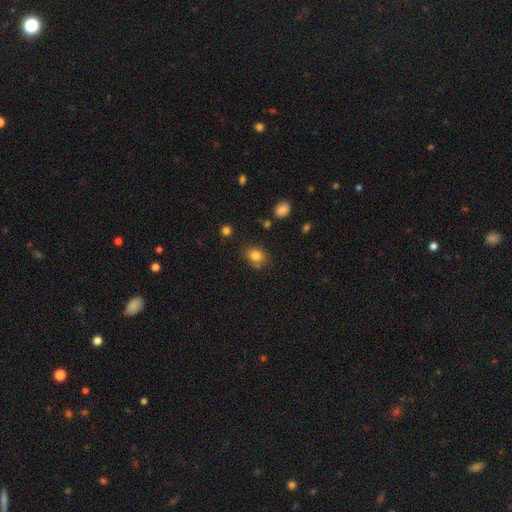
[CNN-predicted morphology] Smooth or featured?
  - smooth: 82% *
  - star or artifact: 11%
  - featured or disk: 7%
How rounded?
  - round: 52% *
  - in between: 47%
  - cigar-shaped: 1%
Merging?
  - none: 71% *
  - minor disturbance: 19%
  - merger: 5%
  - major disturbance: 5%